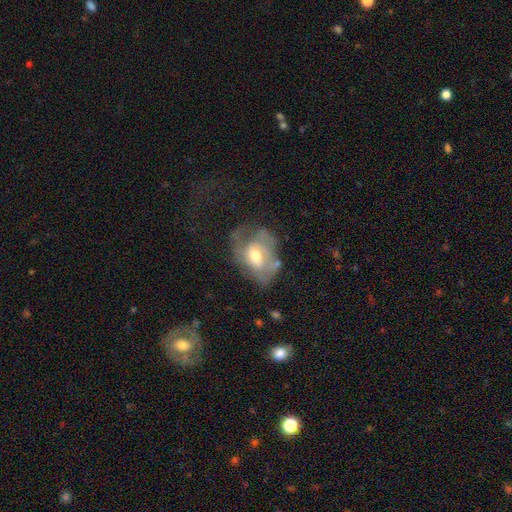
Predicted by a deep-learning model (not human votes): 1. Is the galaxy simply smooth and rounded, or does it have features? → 51% featured or disk, 40% smooth, 8% star or artifact.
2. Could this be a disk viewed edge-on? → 95% no, 5% yes.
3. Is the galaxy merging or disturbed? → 34% major disturbance, 32% none, 30% minor disturbance, 4% merger.